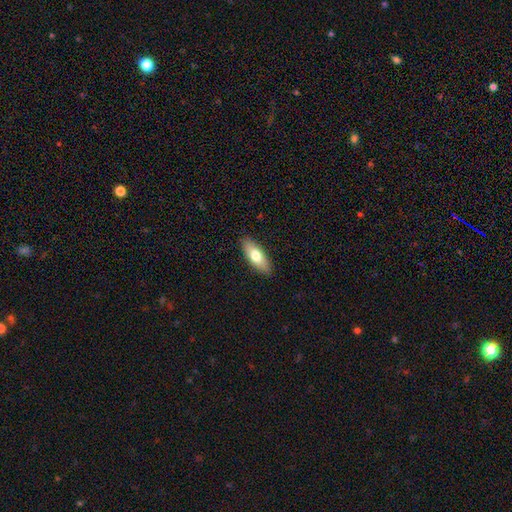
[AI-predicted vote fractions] Smooth or featured?
  - smooth: 71% *
  - featured or disk: 23%
  - star or artifact: 6%
How rounded?
  - in between: 72% *
  - cigar-shaped: 26%
  - round: 2%
Merging?
  - none: 89% *
  - minor disturbance: 9%
  - major disturbance: 2%
  - merger: 1%